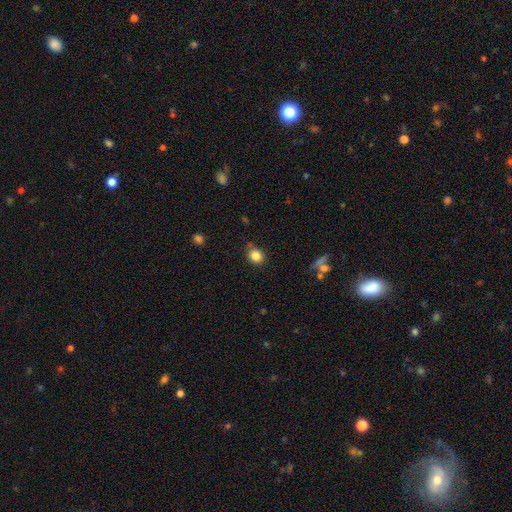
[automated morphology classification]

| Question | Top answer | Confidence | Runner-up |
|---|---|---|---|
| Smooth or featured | smooth | 84% | star or artifact (11%) |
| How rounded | round | 68% | in between (31%) |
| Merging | none | 80% | minor disturbance (14%) |